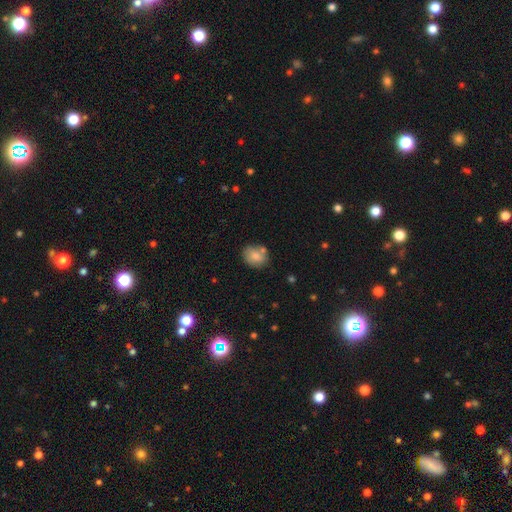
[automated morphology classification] Smooth or featured? Predicted: smooth (p=0.78). How rounded? Predicted: round (p=0.53). Merging? Predicted: none (p=0.67).